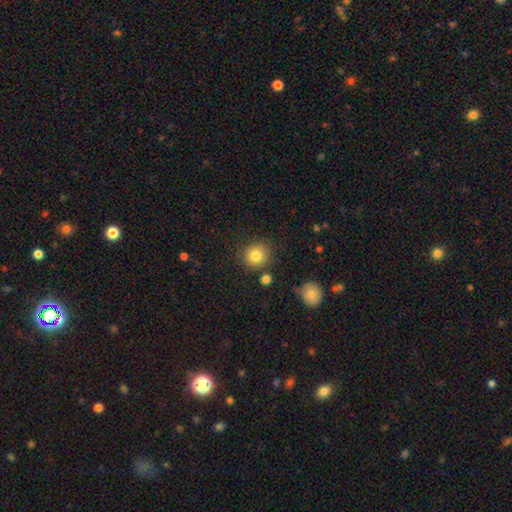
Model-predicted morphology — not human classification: Overall: smooth (82%). How rounded: round (88%). Merging: none (83%).